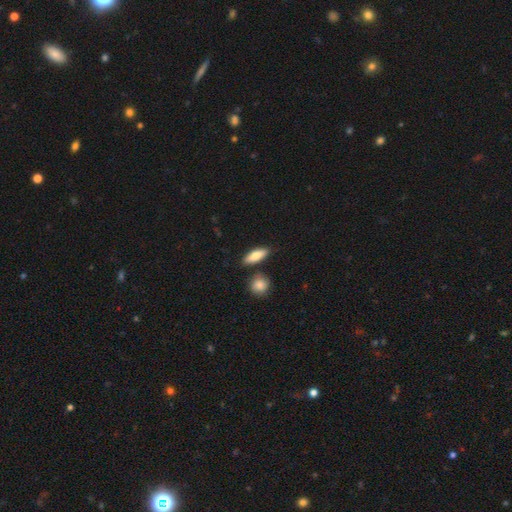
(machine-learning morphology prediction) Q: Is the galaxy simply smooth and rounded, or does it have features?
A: smooth — 79%.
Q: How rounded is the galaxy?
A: in between — 61%.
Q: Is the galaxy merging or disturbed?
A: none — 80%.